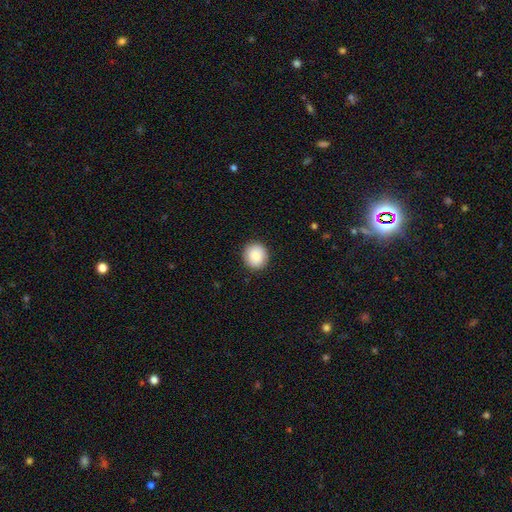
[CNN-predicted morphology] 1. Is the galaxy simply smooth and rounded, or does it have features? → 86% smooth, 7% star or artifact, 7% featured or disk.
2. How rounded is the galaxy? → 89% round, 10% in between, 1% cigar-shaped.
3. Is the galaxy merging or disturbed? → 91% none, 7% minor disturbance, 2% major disturbance, 1% merger.